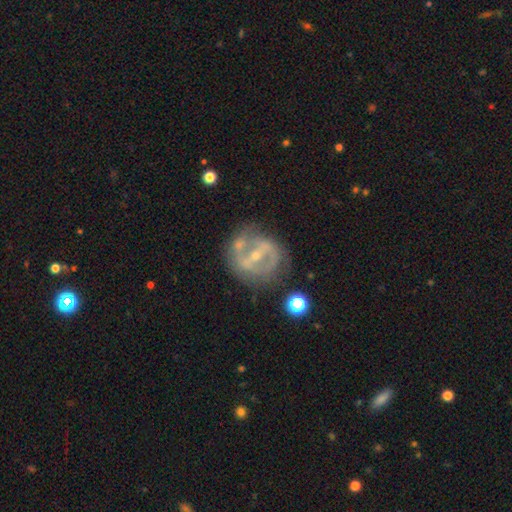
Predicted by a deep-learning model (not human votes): This appears to be a featured or disk galaxy (81%) with a strong bar (56%), 2 (70%) medium (44%) spiral arms (68%) and a small central bulge (65%). Merging: none (63%).